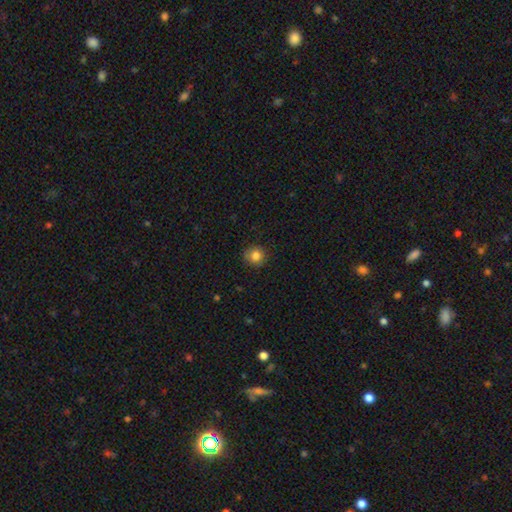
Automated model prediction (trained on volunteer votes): The model was most divided on "merging": none: 83%, minor disturbance: 13%, major disturbance: 3%, merger: 1%. More confident: how rounded — round (89%); smooth or featured — smooth (84%).